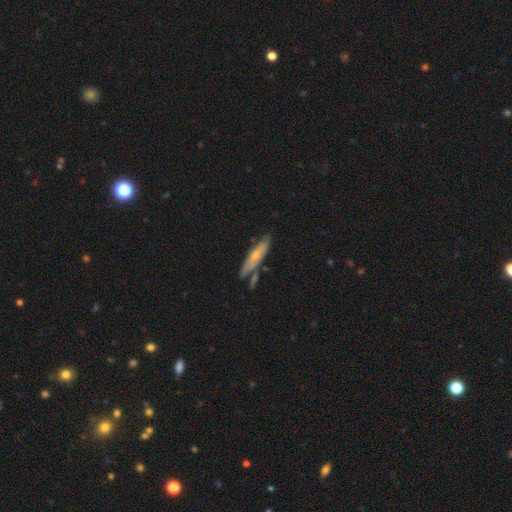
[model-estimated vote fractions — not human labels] smooth_or_featured: smooth (p=0.51) [alt: featured or disk p=0.43]
how_rounded: cigar-shaped (p=0.80) [alt: in between p=0.19]
merging: none (p=0.69) [alt: minor disturbance p=0.18]